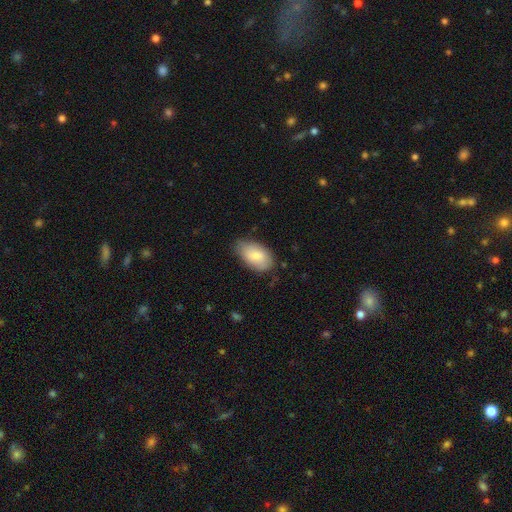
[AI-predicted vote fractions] Morphology: type=smooth (79%); roundness=in between (93%); merging=none (69%).